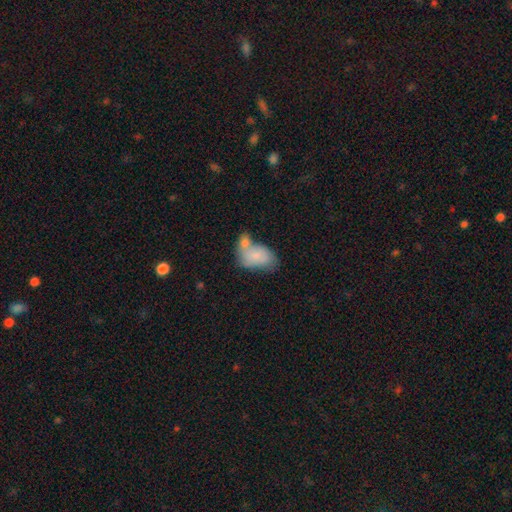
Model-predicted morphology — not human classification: This is likely a smooth galaxy (75%). How rounded: clearly in between (90%). Merging: possibly merger (51%).